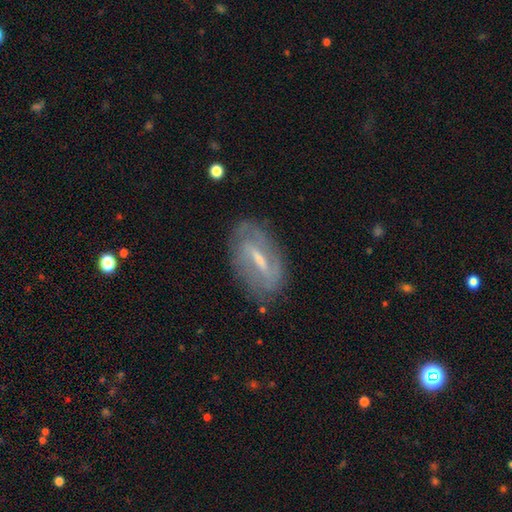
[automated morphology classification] featured or disk 72%, smooth 20%, star or artifact 8%. Down the decision tree: edge-on disk — no (86%); bar — strong (54%); spiral arms — yes (73%); bulge size — small (48%); merging — none (78%).